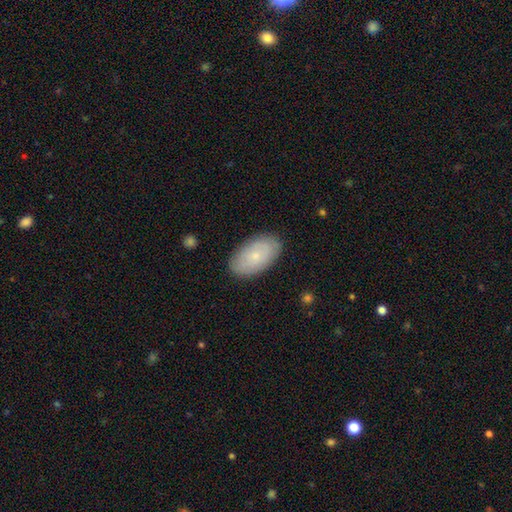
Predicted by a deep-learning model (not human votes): A smooth galaxy with no disk features (64%) that is in between round and cigar-shaped (94%). Merging: none (85%).